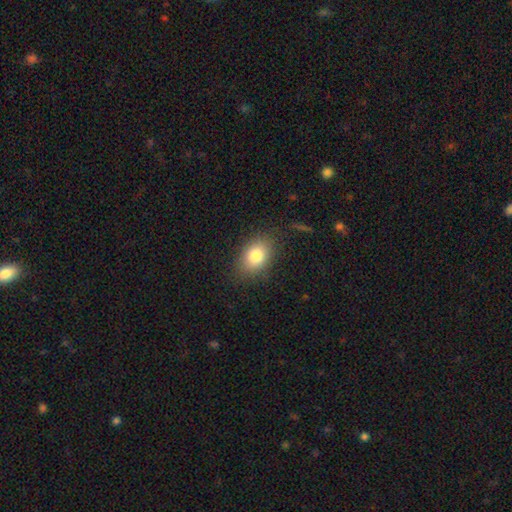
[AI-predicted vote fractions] Smooth or featured: smooth — 82% (featured or disk — 9%)
How rounded: in between — 75% (round — 24%)
Merging: none — 81% (minor disturbance — 13%)